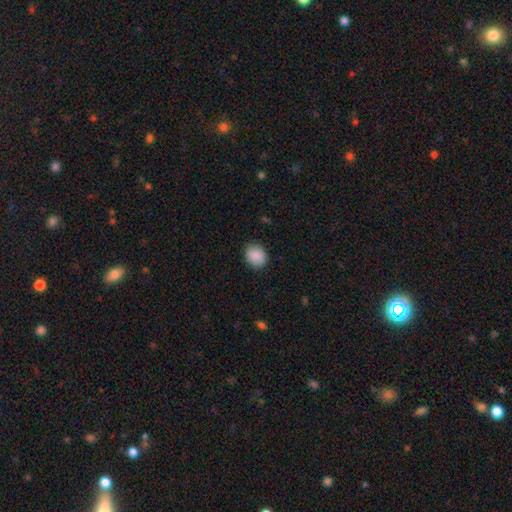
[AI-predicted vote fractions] A smooth galaxy with no disk features (89%) that is round (61%). Merging: none (87%).